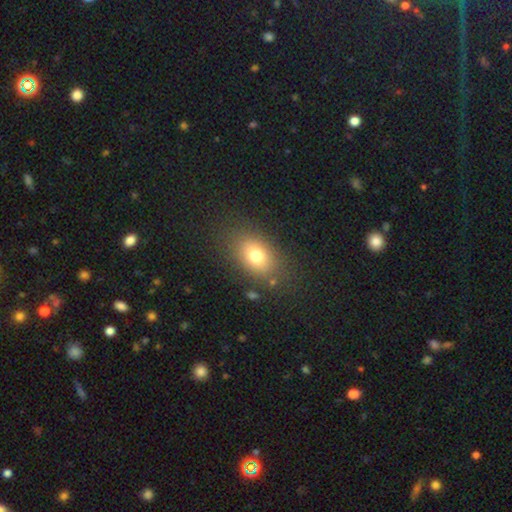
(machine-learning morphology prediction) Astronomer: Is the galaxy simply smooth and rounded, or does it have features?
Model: smooth — 75%.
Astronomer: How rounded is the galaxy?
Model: in between — 77%.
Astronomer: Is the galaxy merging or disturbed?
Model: none — 81%.